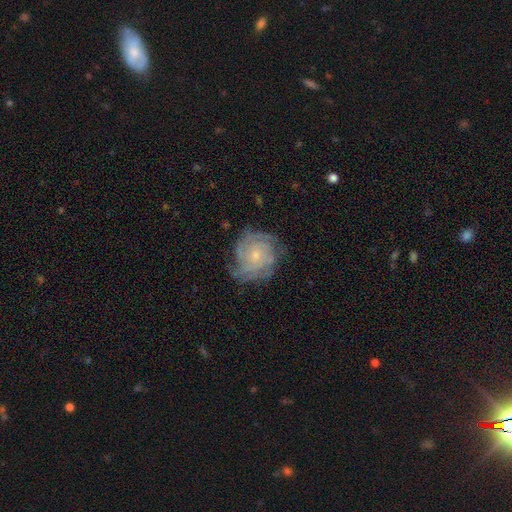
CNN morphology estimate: The model was most divided on "spiral arm count": can't tell: 34%, 4: 23%, 3: 17%, 2: 11%, more than 4: 9%, 1: 6%. More confident: edge-on disk — no (98%); spiral arms — yes (95%); bar — no (80%); smooth or featured — featured or disk (79%); merging — none (73%); bulge size — small (72%); spiral winding — tight (68%).